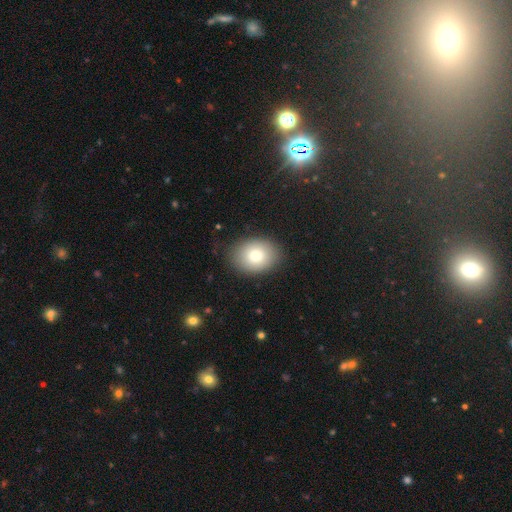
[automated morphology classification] smooth-or-featured: smooth: 82% | featured or disk: 10% | star or artifact: 8%
  how-rounded: in between: 67% | round: 32% | cigar-shaped: 1%
  merging: none: 85% | minor disturbance: 11% | major disturbance: 3% | merger: 1%